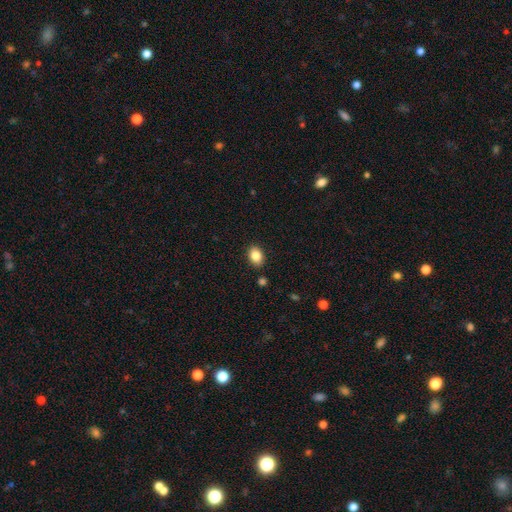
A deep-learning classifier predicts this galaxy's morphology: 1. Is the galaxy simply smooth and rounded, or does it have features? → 85% smooth, 9% star or artifact, 6% featured or disk.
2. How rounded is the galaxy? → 77% in between, 22% round, 1% cigar-shaped.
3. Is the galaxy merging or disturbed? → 88% none, 8% minor disturbance, 2% merger, 2% major disturbance.